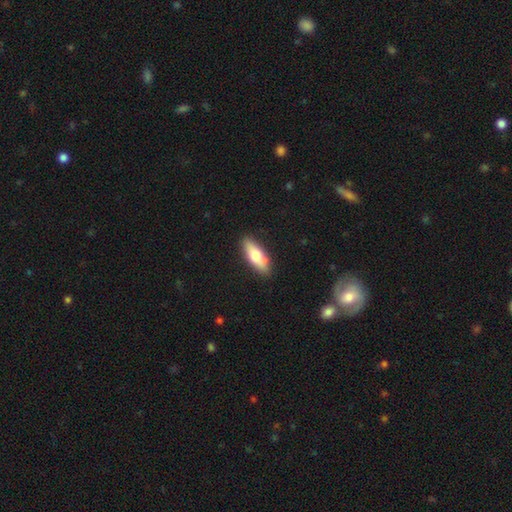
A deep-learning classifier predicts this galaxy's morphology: This is likely a smooth galaxy (67%). How rounded: likely in between (67%). Merging: clearly none (85%).